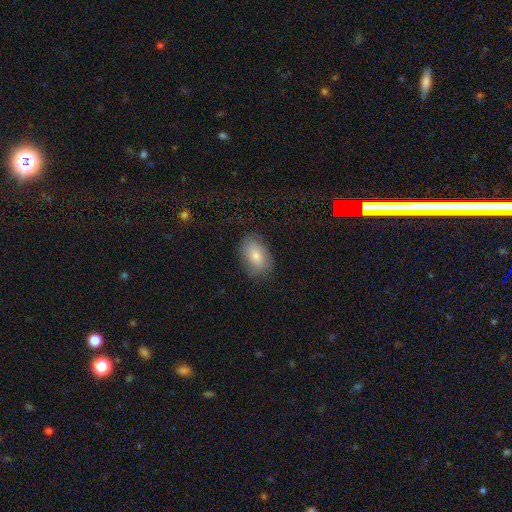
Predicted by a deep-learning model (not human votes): smooth-or-featured: smooth: 73% | featured or disk: 20% | star or artifact: 8%
  how-rounded: in between: 87% | round: 12% | cigar-shaped: 1%
  merging: none: 73% | minor disturbance: 19% | major disturbance: 6% | merger: 1%